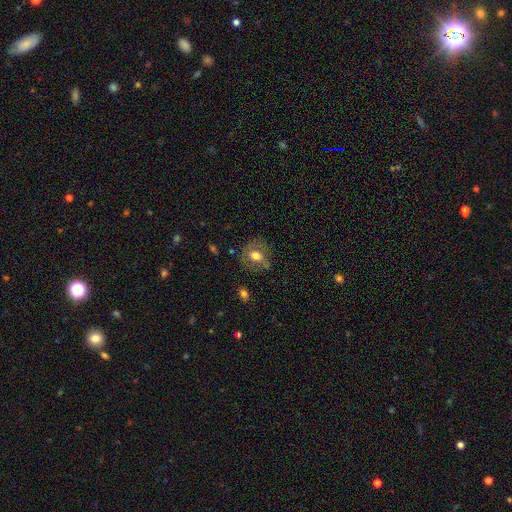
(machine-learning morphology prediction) Q: Smooth or featured?
A: smooth (60%); runner-up: featured or disk (31%)
Q: How rounded?
A: round (62%); runner-up: in between (37%)
Q: Merging?
A: none (68%); runner-up: minor disturbance (21%)